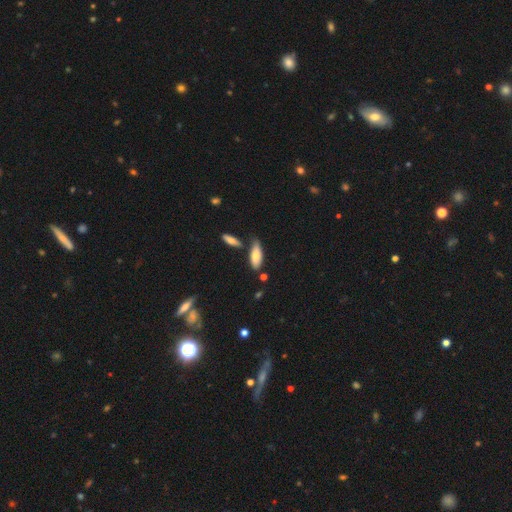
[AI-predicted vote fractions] smooth_or_featured: smooth (p=0.73) [alt: featured or disk p=0.20]
how_rounded: in between (p=0.75) [alt: cigar-shaped p=0.23]
merging: none (p=0.61) [alt: minor disturbance p=0.22]